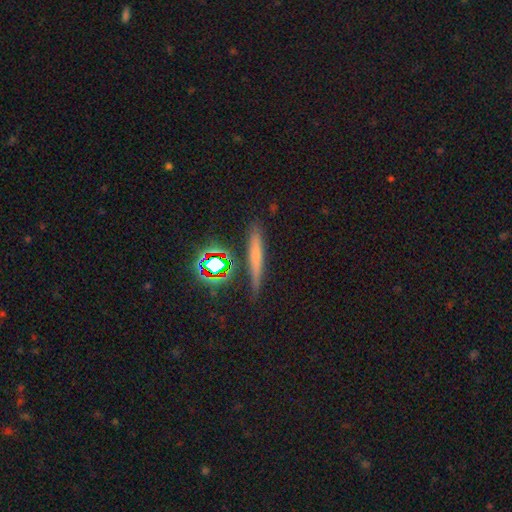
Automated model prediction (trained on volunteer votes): A smooth galaxy with no disk features (52%) that is cigar-shaped (85%).

Vote fractions:
- Smooth or featured? smooth: 52% / featured or disk: 26% / star or artifact: 22%
- How rounded? cigar-shaped: 85% / in between: 8% / round: 7%
- Merging? none: 81% / minor disturbance: 12% / merger: 4% / major disturbance: 3%